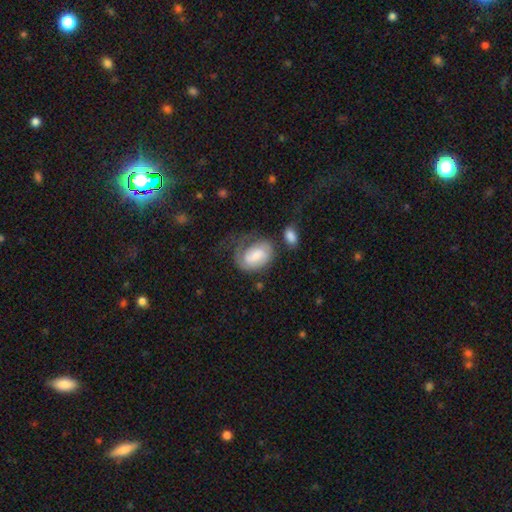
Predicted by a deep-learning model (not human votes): A featured or disk galaxy (55%) with a weak bar (46%), spiral arms (83%) and a moderate central bulge (35%). Merging: none (36%).